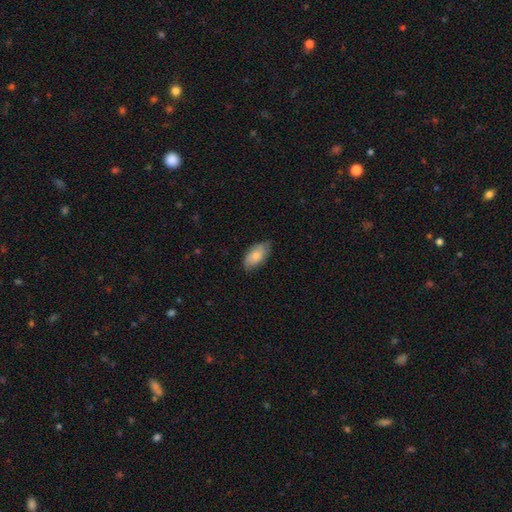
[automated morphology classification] A smooth galaxy with no disk features (72%) that is in between round and cigar-shaped (93%).

Vote fractions:
- Smooth or featured? smooth: 72% / featured or disk: 22% / star or artifact: 6%
- How rounded? in between: 93% / round: 3% / cigar-shaped: 3%
- Merging? none: 75% / minor disturbance: 20% / major disturbance: 3% / merger: 1%